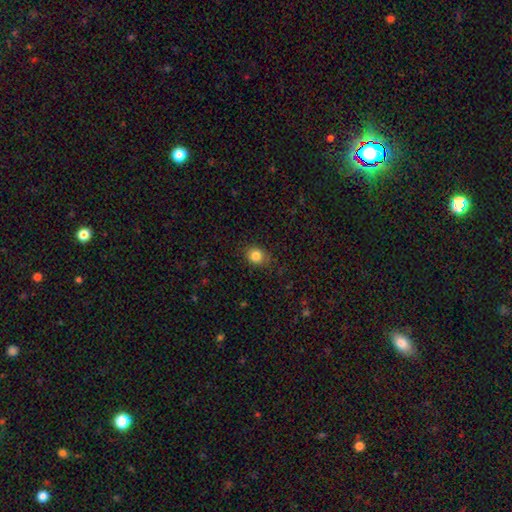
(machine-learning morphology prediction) The model was most divided on "how rounded": round: 65%, in between: 34%, cigar-shaped: 1%. More confident: smooth or featured — smooth (84%); merging — none (82%).